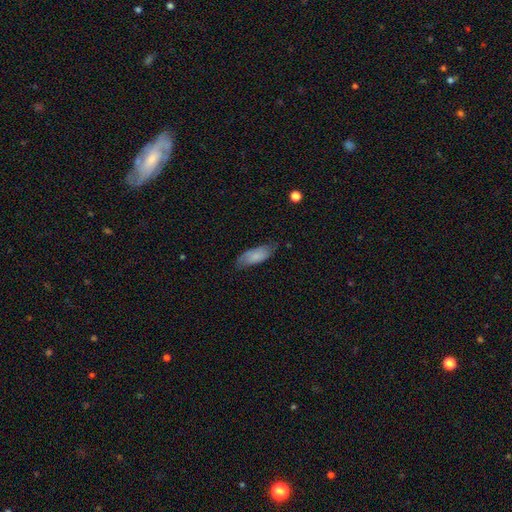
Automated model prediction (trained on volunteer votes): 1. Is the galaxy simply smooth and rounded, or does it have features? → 76% smooth, 18% featured or disk, 6% star or artifact.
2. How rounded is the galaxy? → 75% in between, 23% cigar-shaped, 2% round.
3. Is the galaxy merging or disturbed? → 70% none, 24% minor disturbance, 5% major disturbance, 1% merger.